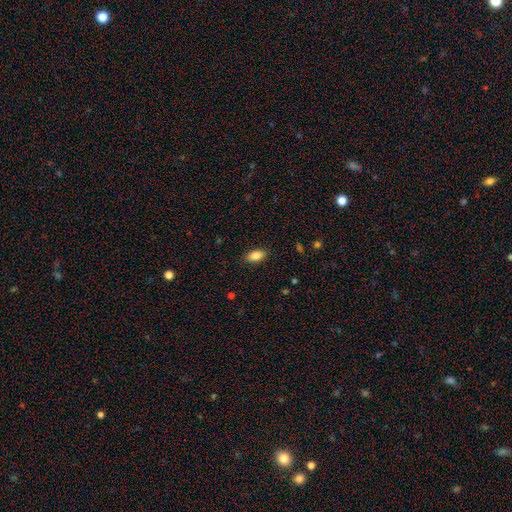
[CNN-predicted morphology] Overall: smooth (88%). How rounded: in between (91%). Merging: none (87%).